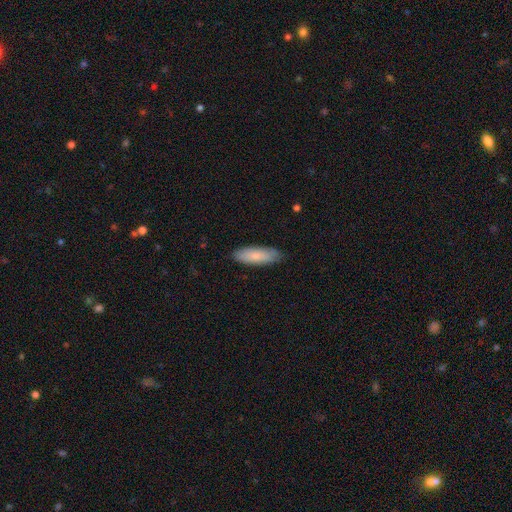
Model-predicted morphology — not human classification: smooth 83%, featured or disk 12%, star or artifact 5%. Down the decision tree: how rounded — in between (60%); merging — none (86%).